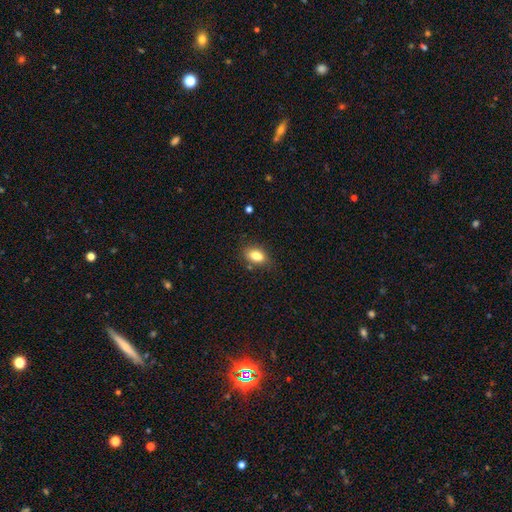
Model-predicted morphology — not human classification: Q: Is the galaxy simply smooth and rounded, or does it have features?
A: smooth — 83%.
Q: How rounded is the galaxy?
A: in between — 83%.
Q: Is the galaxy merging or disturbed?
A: none — 75%.